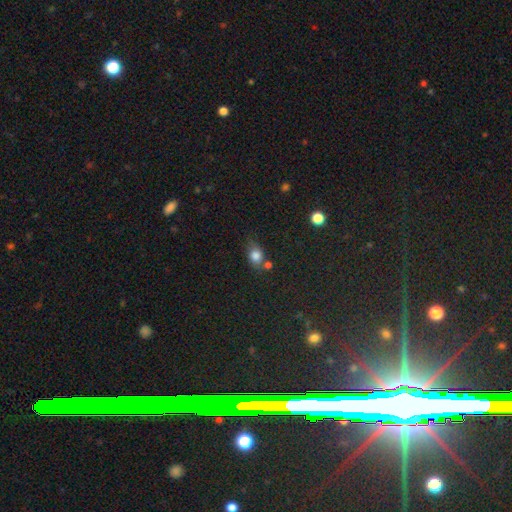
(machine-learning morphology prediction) A smooth galaxy with no disk features (79%) that is in between round and cigar-shaped (55%).

Vote fractions:
- Smooth or featured? smooth: 79% / star or artifact: 12% / featured or disk: 9%
- How rounded? in between: 55% / round: 43% / cigar-shaped: 2%
- Merging? none: 55% / minor disturbance: 21% / merger: 18% / major disturbance: 6%